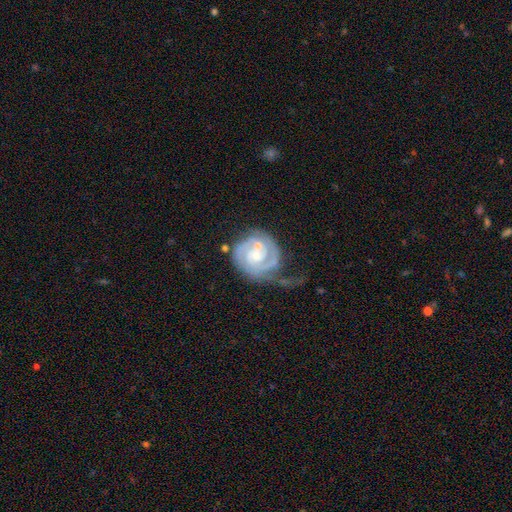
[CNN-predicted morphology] This appears to be a featured or disk galaxy (87%) with no bar (62%), 2 (60%) tight (69%) spiral arms (97%) and a small central bulge (57%). Merging: none (41%).